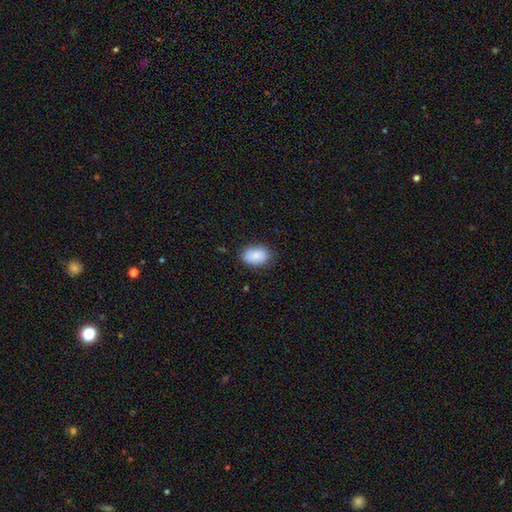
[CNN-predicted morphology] This appears to be a smooth galaxy with no disk features (83%) that is in between round and cigar-shaped (85%). Merging: none (79%).